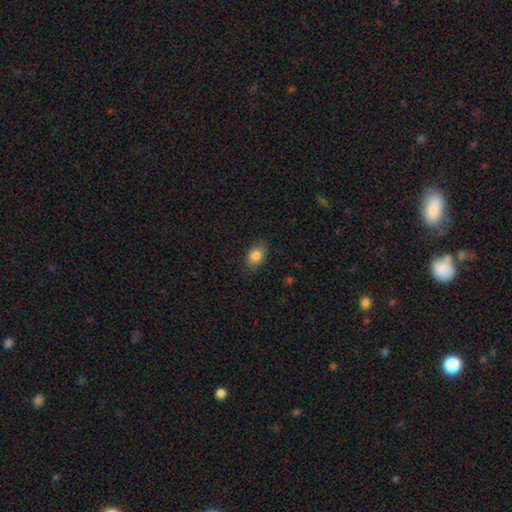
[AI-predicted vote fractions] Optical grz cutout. It shows a smooth galaxy with no disk features (85%) that is in between round and cigar-shaped (78%). Merging: none (82%).